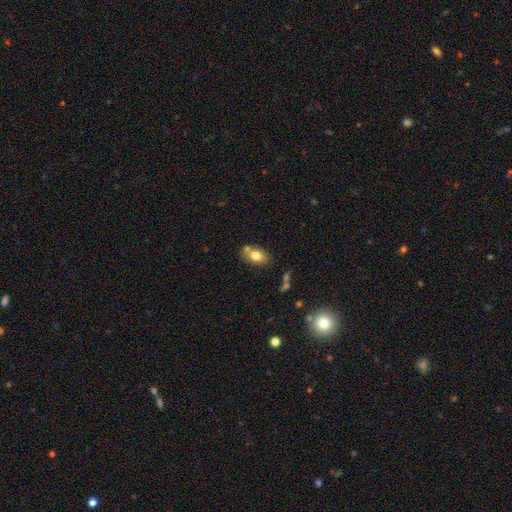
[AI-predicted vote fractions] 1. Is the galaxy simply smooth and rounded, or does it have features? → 75% smooth, 16% featured or disk, 9% star or artifact.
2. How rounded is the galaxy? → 83% in between, 16% round, 2% cigar-shaped.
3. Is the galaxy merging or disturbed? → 62% none, 19% merger, 15% minor disturbance, 4% major disturbance.